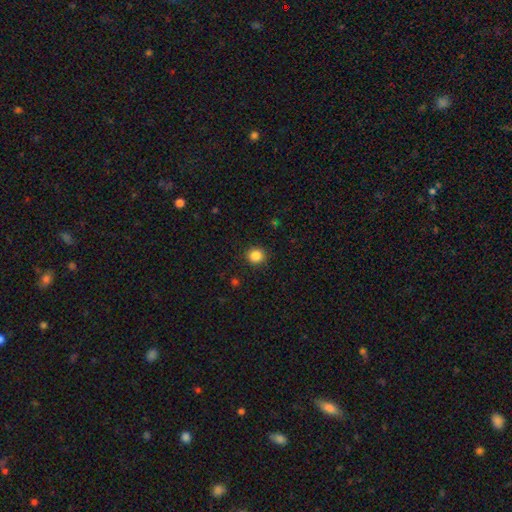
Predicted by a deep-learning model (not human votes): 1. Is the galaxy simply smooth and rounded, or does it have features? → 86% smooth, 11% star or artifact, 4% featured or disk.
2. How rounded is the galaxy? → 93% round, 6% in between, 1% cigar-shaped.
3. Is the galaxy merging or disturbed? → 91% none, 6% minor disturbance, 2% major disturbance, 1% merger.